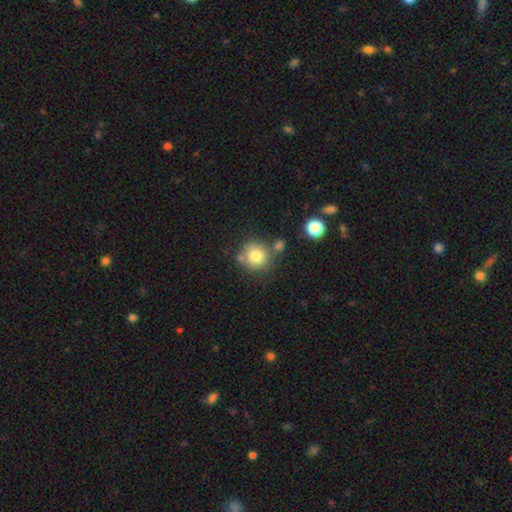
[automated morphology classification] The model was most divided on "merging": none: 67%, merger: 17%, minor disturbance: 12%, major disturbance: 4%. More confident: how rounded — round (91%); smooth or featured — smooth (77%).